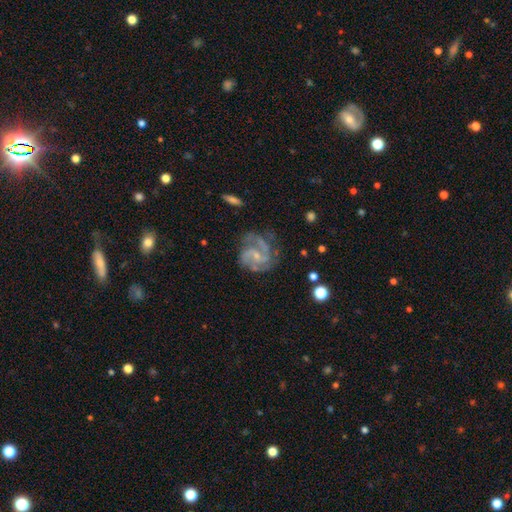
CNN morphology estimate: Smooth or featured? featured or disk (88%)
Edge-on disk? no (98%)
Bar? no (47%)
Spiral arms? yes (97%)
Spiral winding? medium (53%)
Spiral arm count? 2 (54%)
Bulge size? small (72%)
Merging? none (64%)